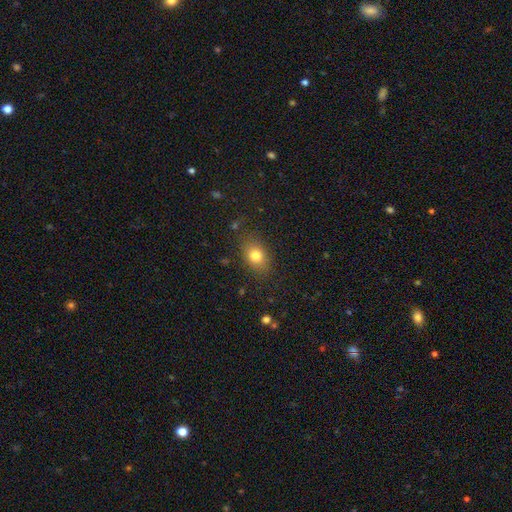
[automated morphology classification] smooth 78%, star or artifact 11%, featured or disk 10%. Down the decision tree: how rounded — in between (66%); merging — none (81%).